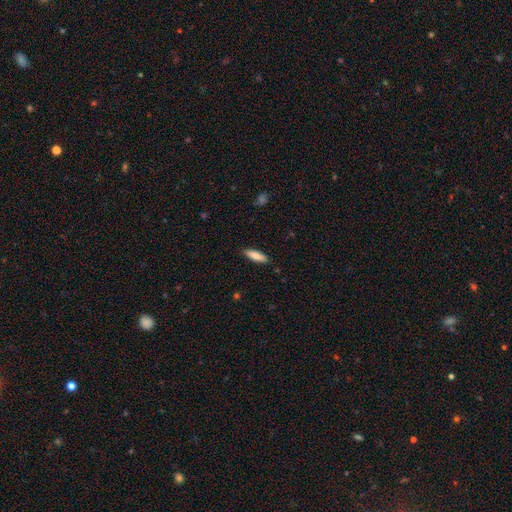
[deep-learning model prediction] A smooth galaxy with no disk features (84%) that is cigar-shaped (55%). Merging: none (89%).